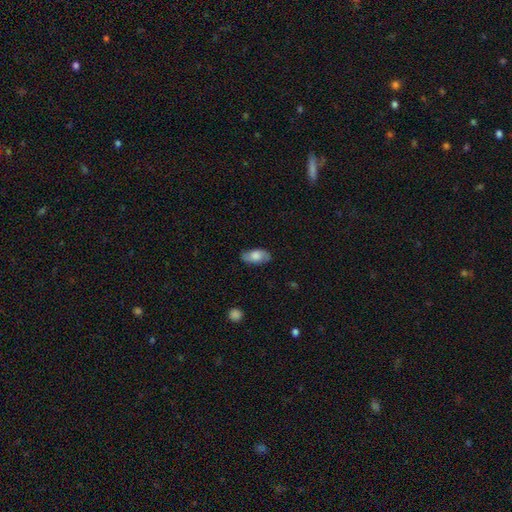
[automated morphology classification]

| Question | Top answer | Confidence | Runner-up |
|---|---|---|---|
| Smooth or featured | smooth | 62% | featured or disk (31%) |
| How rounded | in between | 91% | cigar-shaped (6%) |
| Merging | none | 82% | minor disturbance (14%) |